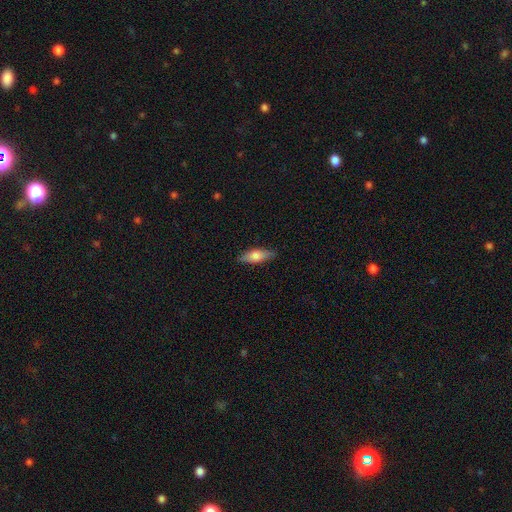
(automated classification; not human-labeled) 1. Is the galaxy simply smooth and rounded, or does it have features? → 67% smooth, 27% featured or disk, 6% star or artifact.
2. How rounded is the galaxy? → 63% in between, 34% cigar-shaped, 3% round.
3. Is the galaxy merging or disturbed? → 85% none, 12% minor disturbance, 2% major disturbance, 1% merger.